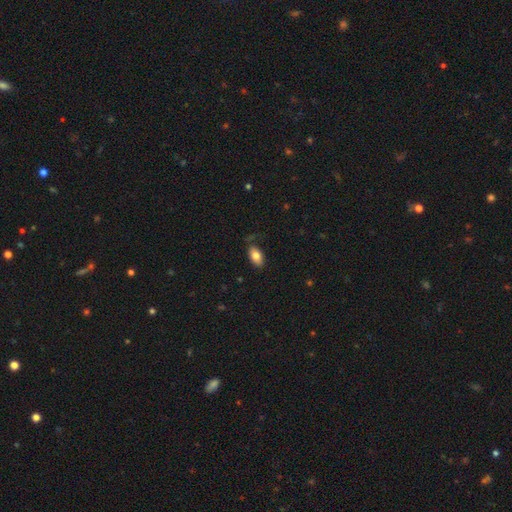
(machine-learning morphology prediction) Smooth or featured? smooth (80%)
How rounded? in between (92%)
Merging? none (77%)